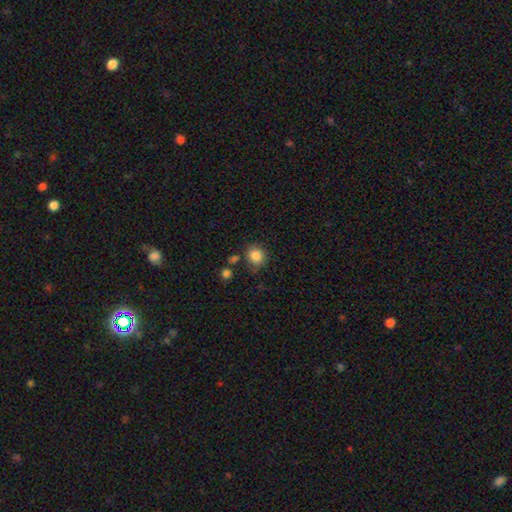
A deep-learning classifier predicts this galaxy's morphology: Smooth or featured: smooth — 85% (star or artifact — 10%)
How rounded: round — 82% (in between — 17%)
Merging: none — 75% (minor disturbance — 15%)